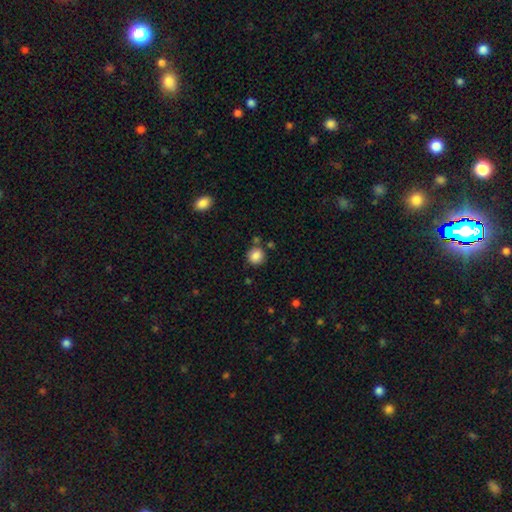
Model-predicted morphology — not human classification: Smooth or featured? smooth (86%)
How rounded? round (88%)
Merging? none (77%)